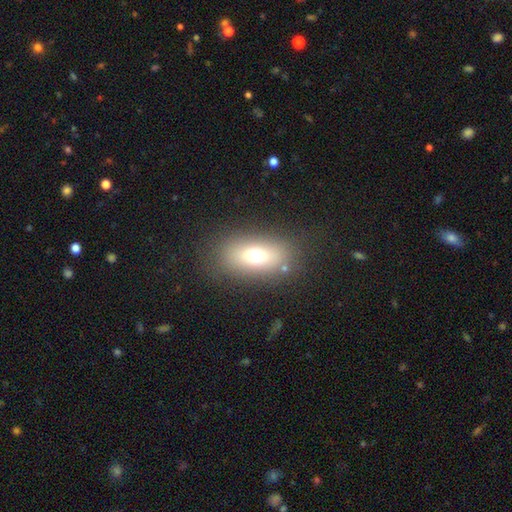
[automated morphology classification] A smooth galaxy with no disk features (68%) that is in between round and cigar-shaped (82%).

Vote fractions:
- Smooth or featured? smooth: 68% / featured or disk: 19% / star or artifact: 13%
- How rounded? in between: 82% / round: 12% / cigar-shaped: 6%
- Merging? none: 80% / minor disturbance: 12% / major disturbance: 6% / merger: 2%